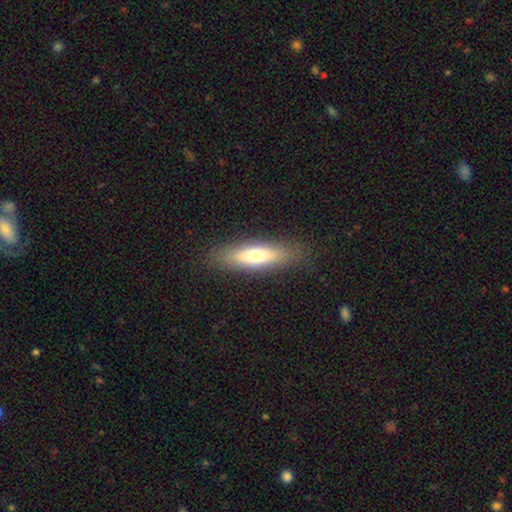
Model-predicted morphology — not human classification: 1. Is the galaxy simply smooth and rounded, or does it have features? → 61% smooth, 32% featured or disk, 7% star or artifact.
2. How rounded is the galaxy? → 51% in between, 46% cigar-shaped, 3% round.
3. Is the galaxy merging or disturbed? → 84% none, 11% minor disturbance, 4% major disturbance, 1% merger.